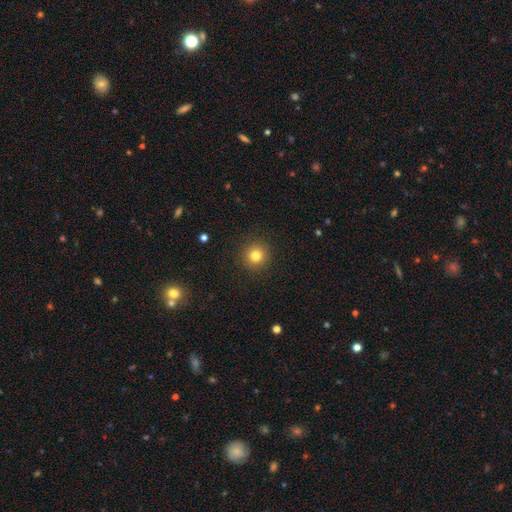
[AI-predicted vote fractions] Q: Smooth or featured?
A: smooth (81%); runner-up: star or artifact (12%)
Q: How rounded?
A: round (93%); runner-up: in between (6%)
Q: Merging?
A: none (91%); runner-up: minor disturbance (6%)